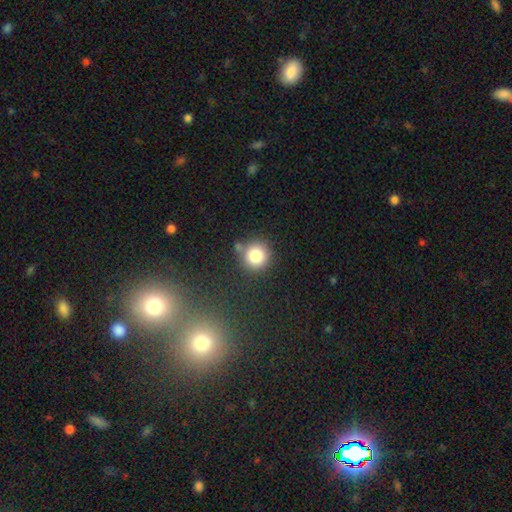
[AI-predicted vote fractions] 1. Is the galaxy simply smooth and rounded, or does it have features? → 83% smooth, 11% star or artifact, 6% featured or disk.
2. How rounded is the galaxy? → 93% round, 6% in between, 1% cigar-shaped.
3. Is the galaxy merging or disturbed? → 75% none, 12% minor disturbance, 9% merger, 4% major disturbance.